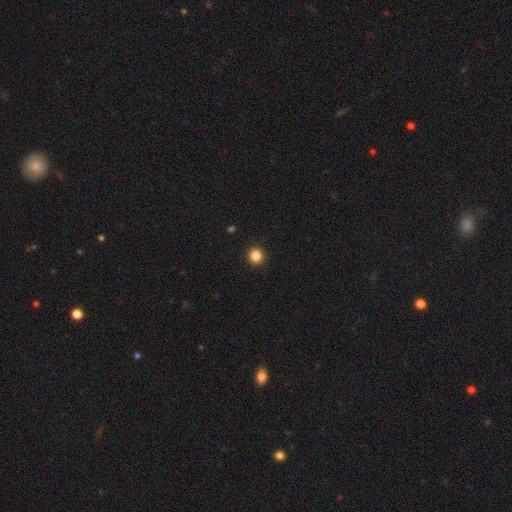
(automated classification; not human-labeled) smooth 85%, star or artifact 12%, featured or disk 3%. Down the decision tree: how rounded — round (94%); merging — none (94%).